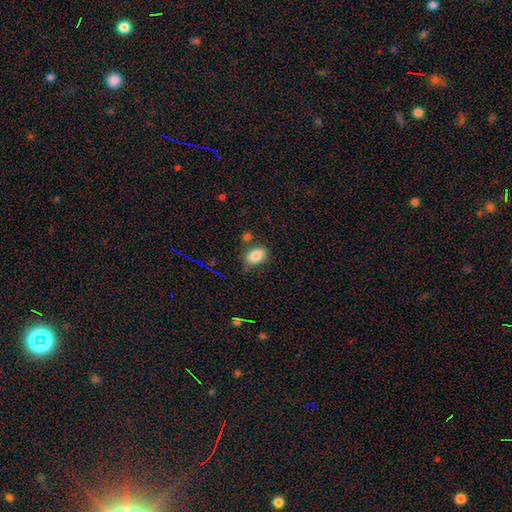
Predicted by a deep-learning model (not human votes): smooth-or-featured: smooth: 83% | star or artifact: 9% | featured or disk: 8%
  how-rounded: in between: 84% | round: 14% | cigar-shaped: 2%
  merging: none: 68% | minor disturbance: 19% | merger: 8% | major disturbance: 5%